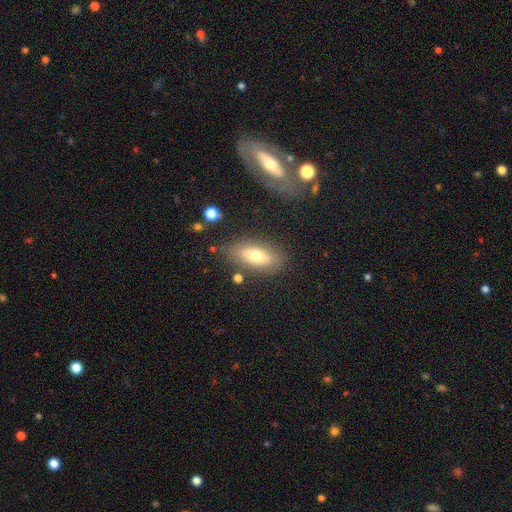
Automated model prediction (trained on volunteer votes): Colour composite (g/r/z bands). It shows a smooth galaxy with no disk features (68%) that is in between round and cigar-shaped (84%). Merging: none (78%).